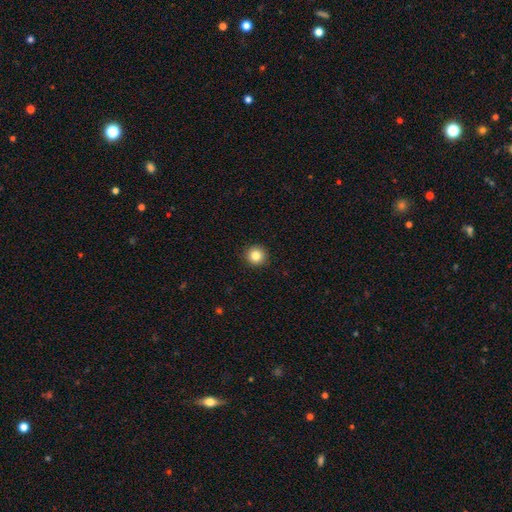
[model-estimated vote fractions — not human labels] A smooth galaxy with no disk features (84%) that is round (95%). Merging: none (93%).